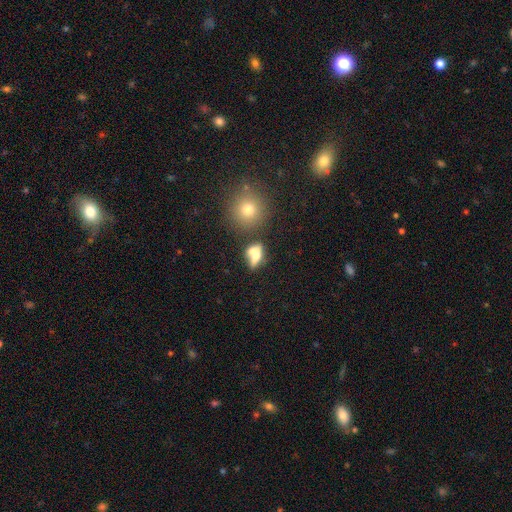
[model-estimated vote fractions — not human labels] smooth 57%, featured or disk 30%, star or artifact 13%. Down the decision tree: how rounded — in between (61%); merging — merger (40%).